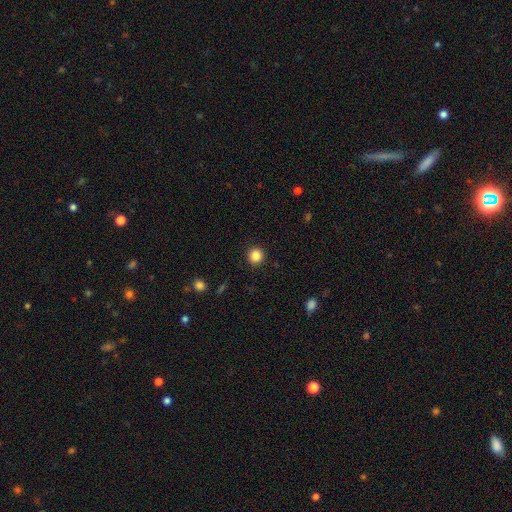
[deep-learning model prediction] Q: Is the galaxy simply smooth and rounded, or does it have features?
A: smooth — 86%.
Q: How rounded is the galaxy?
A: round — 92%.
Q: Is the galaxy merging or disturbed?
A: none — 92%.